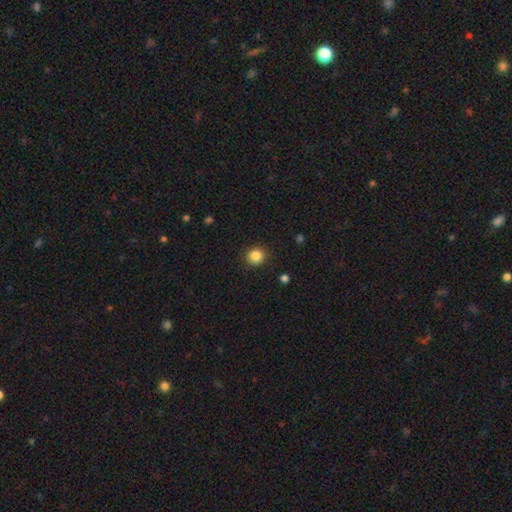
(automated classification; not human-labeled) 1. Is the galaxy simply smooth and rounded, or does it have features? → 86% smooth, 10% star or artifact, 4% featured or disk.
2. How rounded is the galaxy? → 90% round, 9% in between, 1% cigar-shaped.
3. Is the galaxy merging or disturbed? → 90% none, 7% minor disturbance, 2% major disturbance, 1% merger.